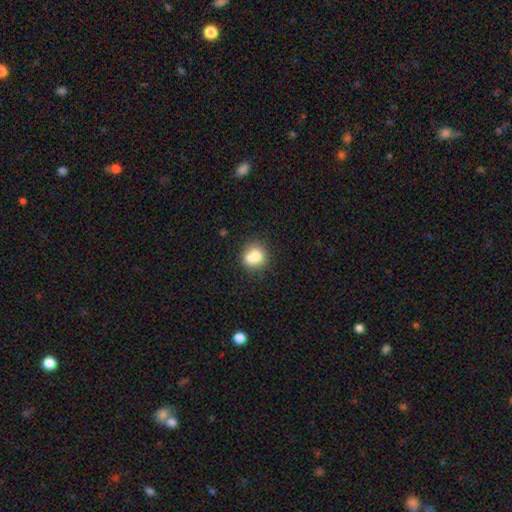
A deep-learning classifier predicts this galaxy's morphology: smooth_or_featured: smooth (p=0.71) [alt: featured or disk p=0.19]
how_rounded: round (p=0.80) [alt: in between p=0.19]
merging: none (p=0.43) [alt: merger p=0.42]